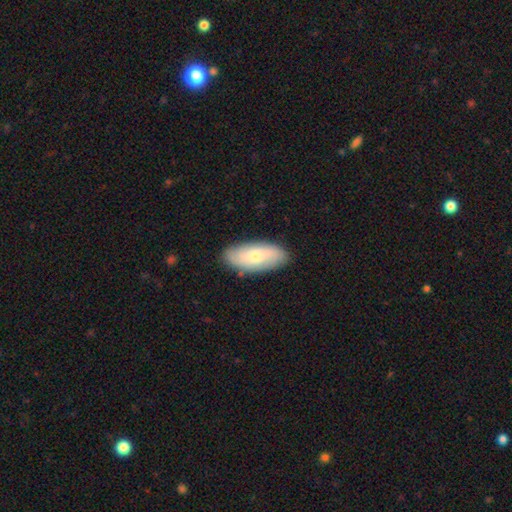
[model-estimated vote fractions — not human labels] Morphology: type=smooth (58%); roundness=in between (88%); merging=none (85%).